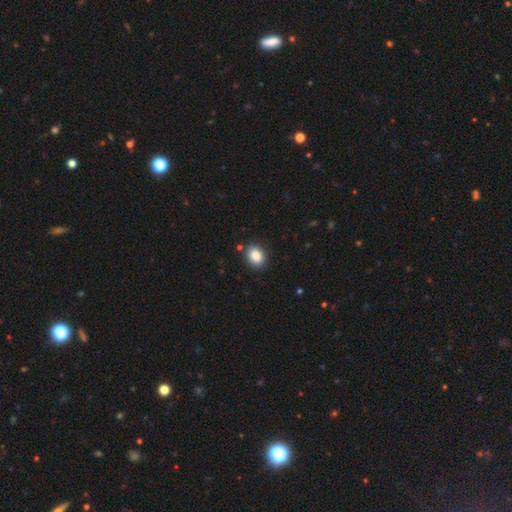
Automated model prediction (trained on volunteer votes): This appears to be a smooth galaxy with no disk features (87%) that is in between round and cigar-shaped (64%). Merging: none (86%).